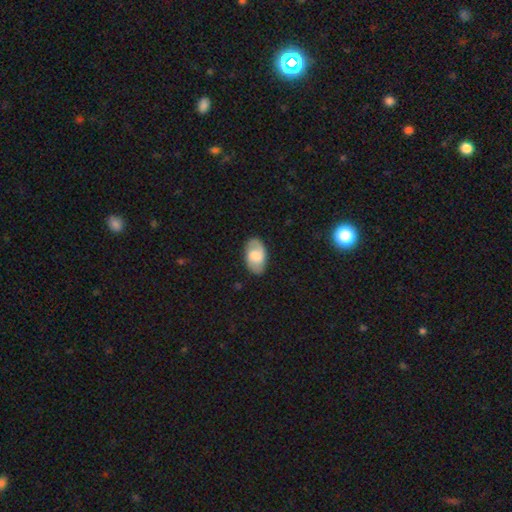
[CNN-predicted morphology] The model was most divided on "smooth or featured": smooth: 49%, featured or disk: 44%, star or artifact: 6%. More confident: merging — none (83%).